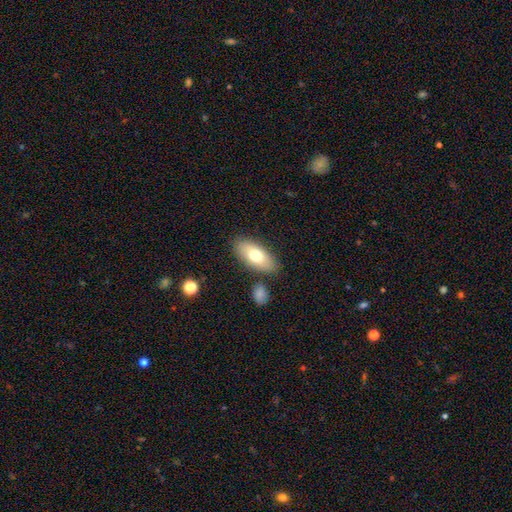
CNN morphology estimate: This appears to be a smooth galaxy with no disk features (73%) that is in between round and cigar-shaped (89%). Merging: none (82%).